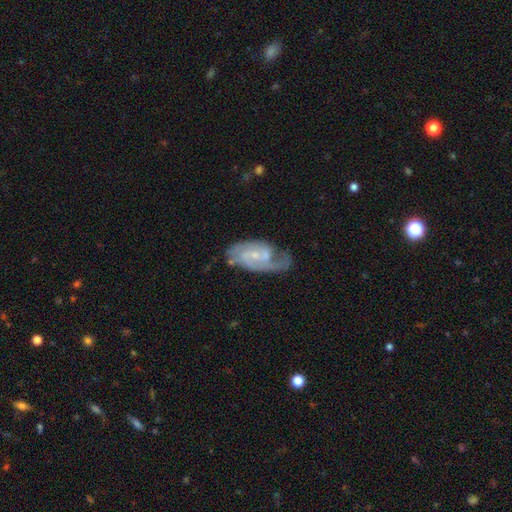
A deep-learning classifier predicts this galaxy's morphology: A featured or disk galaxy (85%) with a weak bar (51%), 2 (72%) medium (51%) spiral arms (95%) and a small central bulge (69%). Merging: none (60%).